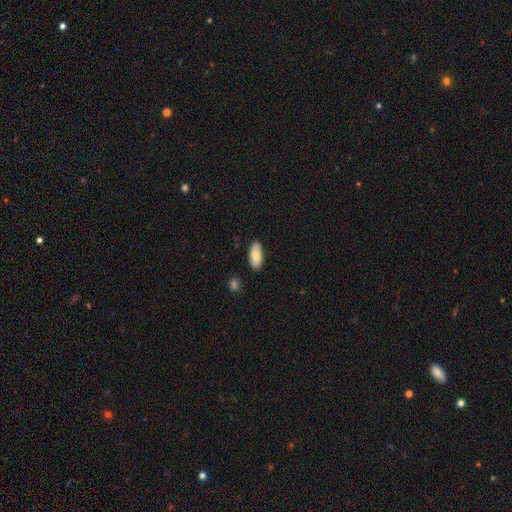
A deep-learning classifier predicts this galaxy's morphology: Smooth or featured?
  - smooth: 80% *
  - featured or disk: 14%
  - star or artifact: 6%
How rounded?
  - in between: 88% *
  - cigar-shaped: 10%
  - round: 2%
Merging?
  - none: 86% *
  - minor disturbance: 11%
  - major disturbance: 2%
  - merger: 2%